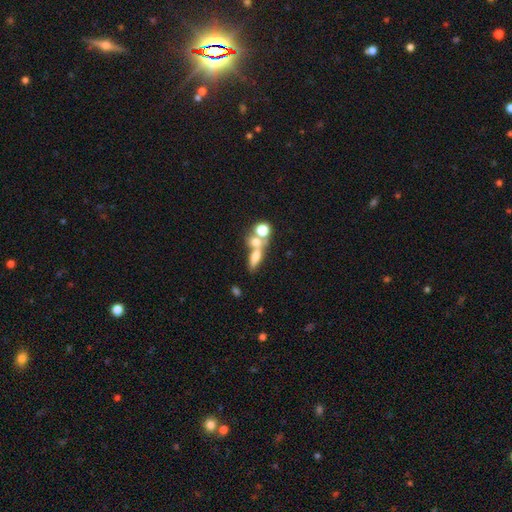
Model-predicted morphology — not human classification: Smooth or featured? smooth (60%)
How rounded? in between (50%)
Merging? merger (50%)